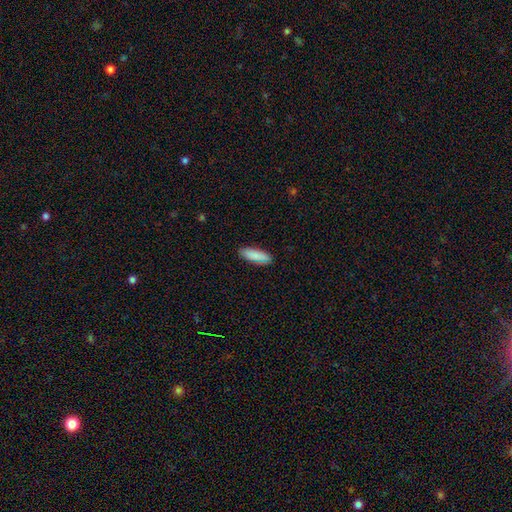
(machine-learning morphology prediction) smooth-or-featured: smooth: 88% | featured or disk: 7% | star or artifact: 6%
  how-rounded: in between: 54% | cigar-shaped: 44% | round: 2%
  merging: none: 88% | minor disturbance: 9% | major disturbance: 2% | merger: 1%